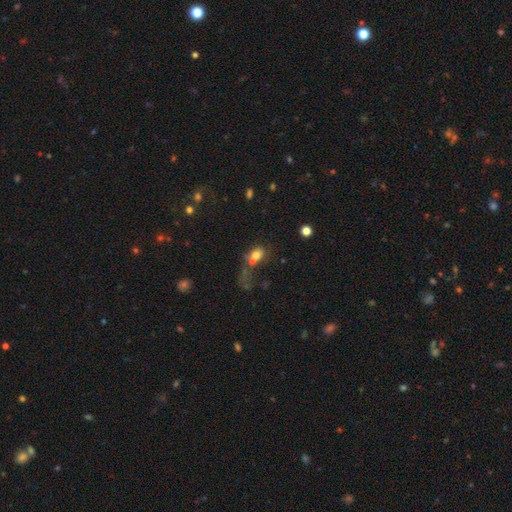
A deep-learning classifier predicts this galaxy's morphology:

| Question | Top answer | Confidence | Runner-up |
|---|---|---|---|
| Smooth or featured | smooth | 68% | featured or disk (18%) |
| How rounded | in between | 59% | round (38%) |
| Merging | merger | 48% | none (23%) |